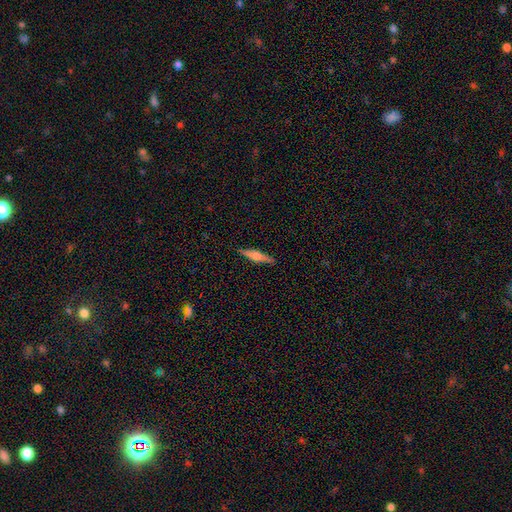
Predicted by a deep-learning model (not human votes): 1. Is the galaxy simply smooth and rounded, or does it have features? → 52% featured or disk, 41% smooth, 7% star or artifact.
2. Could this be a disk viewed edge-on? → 96% yes, 4% no.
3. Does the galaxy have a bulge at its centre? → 74% rounded, 18% boxy, 8% none.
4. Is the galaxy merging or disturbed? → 89% none, 8% minor disturbance, 2% major disturbance, 1% merger.